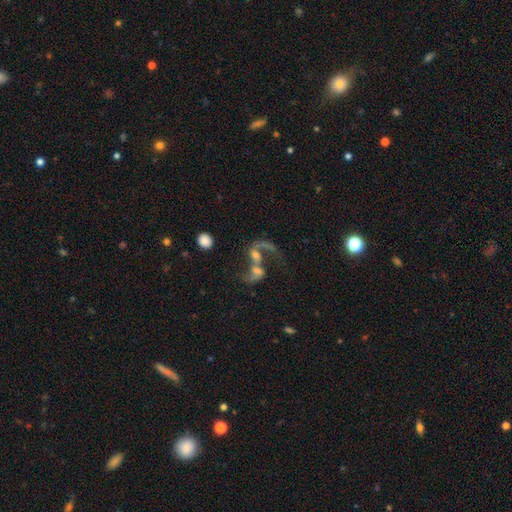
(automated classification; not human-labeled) Smooth or featured: featured or disk — 71% (smooth — 17%)
Edge-on disk: no — 96% (yes — 4%)
Bar: no — 55% (weak — 31%)
Spiral arms: yes — 79% (no — 21%)
Spiral winding: loose — 82% (medium — 14%)
Spiral arm count: 2 — 58% (1 — 35%)
Bulge size: moderate — 39% (small — 33%)
Merging: merger — 63% (none — 16%)